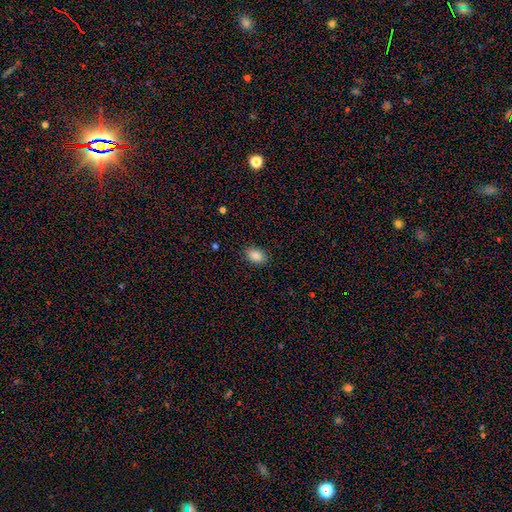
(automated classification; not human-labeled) Smooth or featured: smooth — 88% (star or artifact — 8%)
How rounded: in between — 81% (round — 17%)
Merging: none — 87% (minor disturbance — 10%)